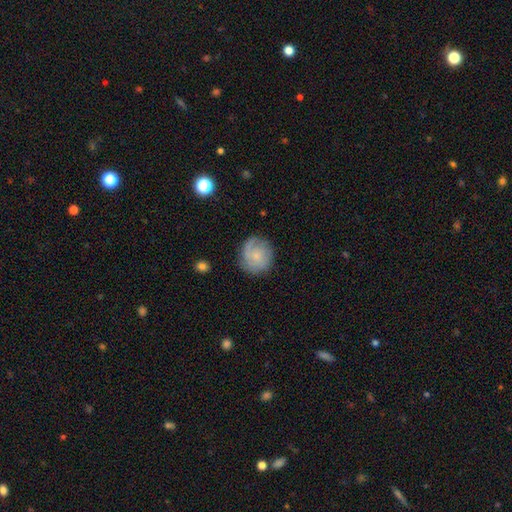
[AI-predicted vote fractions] A smooth galaxy with no disk features (51%) that is round (85%).

Vote fractions:
- Smooth or featured? smooth: 51% / featured or disk: 42% / star or artifact: 8%
- How rounded? round: 85% / in between: 14% / cigar-shaped: 1%
- Merging? none: 73% / minor disturbance: 19% / major disturbance: 7% / merger: 2%